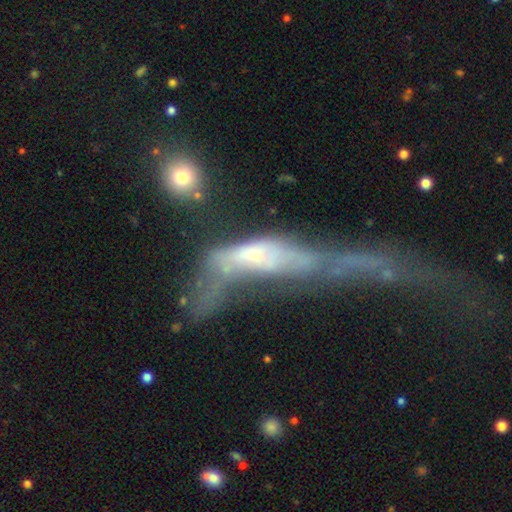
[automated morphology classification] Smooth or featured? Predicted: featured or disk (p=0.56). Edge-on disk? Predicted: no (p=0.62). Merging? Predicted: major disturbance (p=0.48).